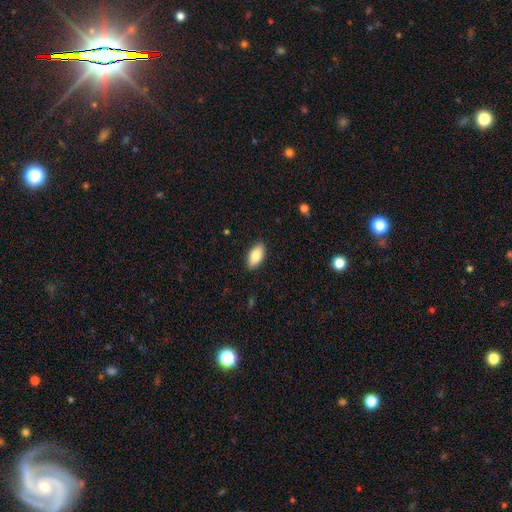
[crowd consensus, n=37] This is likely a smooth galaxy (70%). How rounded: clearly in between (92%). Merging: clearly none (89%).